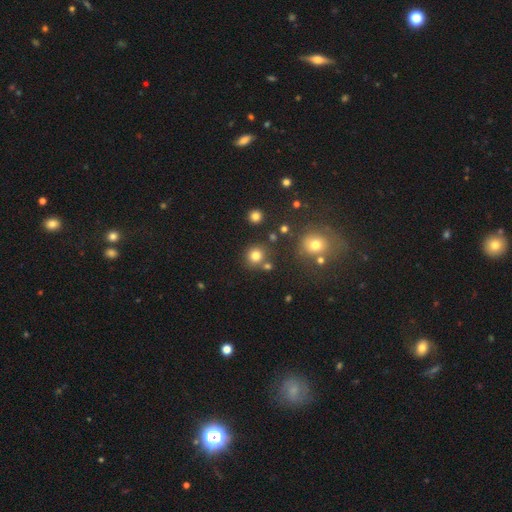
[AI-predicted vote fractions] Smooth or featured? Predicted: smooth (p=0.78). How rounded? Predicted: round (p=0.88). Merging? Predicted: none (p=0.77).